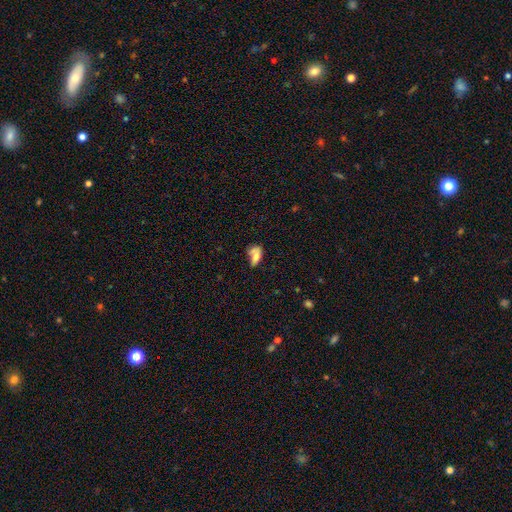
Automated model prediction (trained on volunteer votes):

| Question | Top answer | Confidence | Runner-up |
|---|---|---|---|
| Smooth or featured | smooth | 68% | featured or disk (21%) |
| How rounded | in between | 85% | round (9%) |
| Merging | merger | 31% | none (28%) |